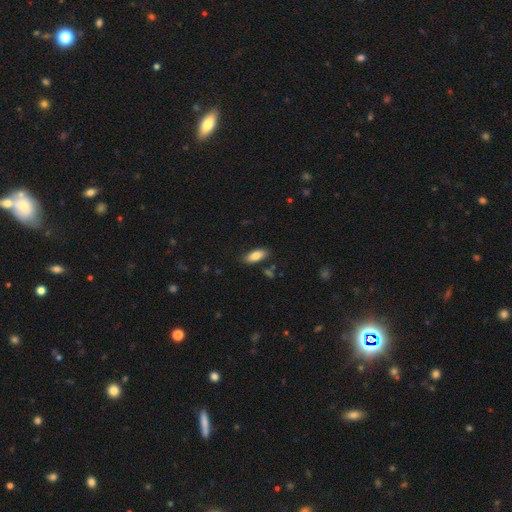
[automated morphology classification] smooth_or_featured: smooth (p=0.82) [alt: featured or disk p=0.11]
how_rounded: in between (p=0.85) [alt: cigar-shaped p=0.13]
merging: none (p=0.84) [alt: minor disturbance p=0.11]